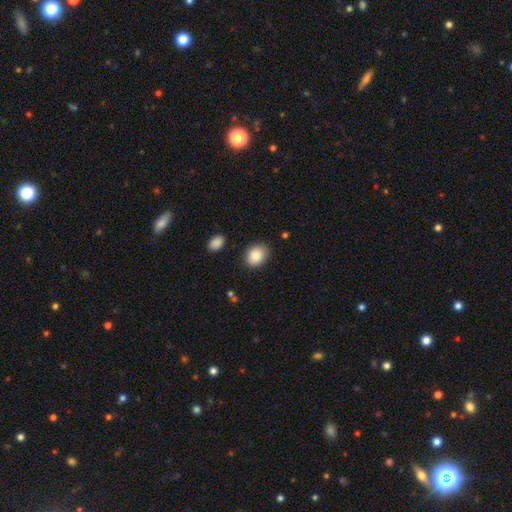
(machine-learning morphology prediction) Smooth or featured? Predicted: smooth (p=0.87). How rounded? Predicted: in between (p=0.64). Merging? Predicted: none (p=0.85).